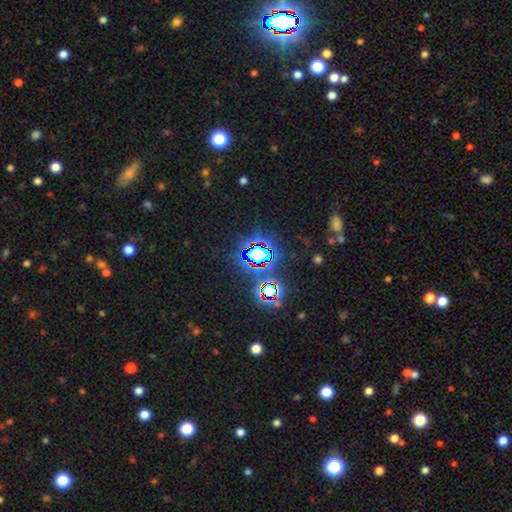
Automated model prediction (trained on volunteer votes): Smooth or featured: star or artifact — 76% (smooth — 15%)